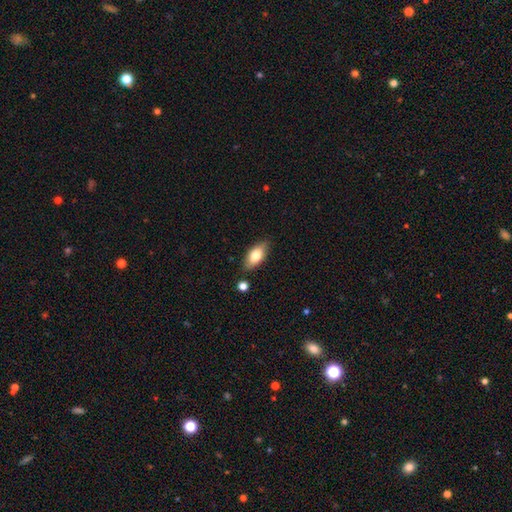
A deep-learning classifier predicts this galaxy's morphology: smooth-or-featured: smooth: 77% | featured or disk: 16% | star or artifact: 7%
  how-rounded: in between: 85% | cigar-shaped: 12% | round: 3%
  merging: none: 81% | minor disturbance: 13% | merger: 3% | major disturbance: 3%